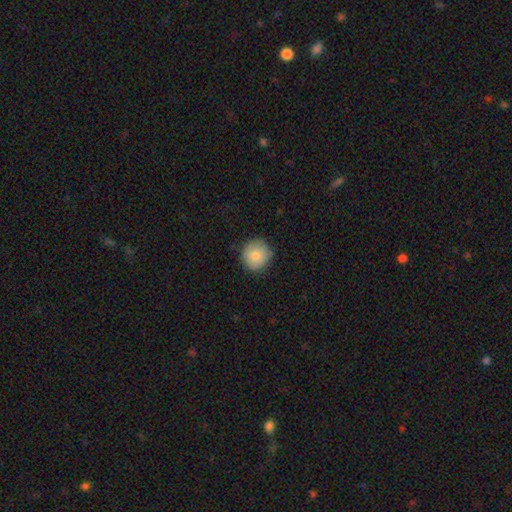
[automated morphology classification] smooth 81%, featured or disk 12%, star or artifact 7%. Down the decision tree: how rounded — round (91%); merging — none (81%).